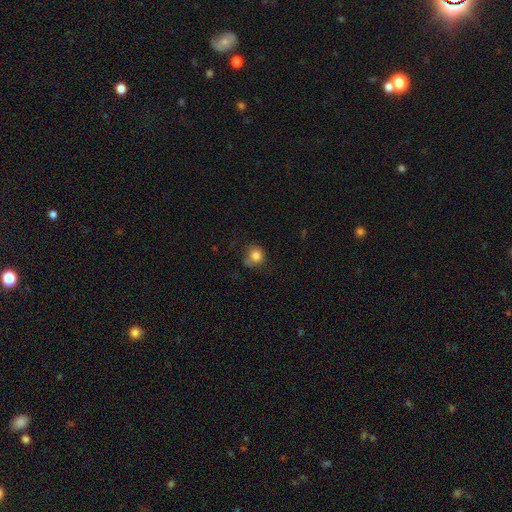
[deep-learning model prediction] The model was most divided on "merging": none: 60%, minor disturbance: 27%, major disturbance: 10%, merger: 3%. More confident: smooth or featured — smooth (83%); how rounded — round (81%).